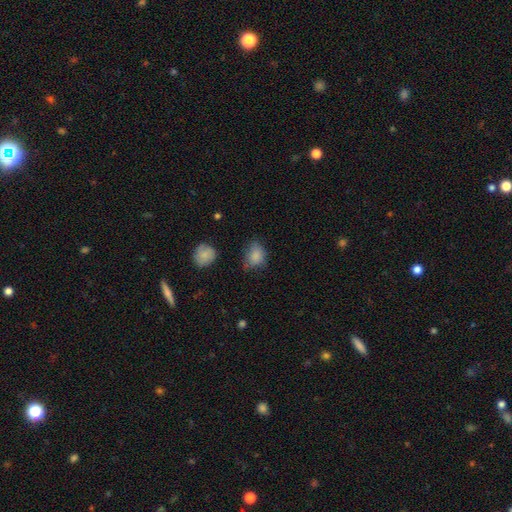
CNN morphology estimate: smooth-or-featured: smooth: 83% | star or artifact: 10% | featured or disk: 8%
  how-rounded: in between: 64% | round: 34% | cigar-shaped: 1%
  merging: none: 58% | minor disturbance: 31% | major disturbance: 9% | merger: 3%